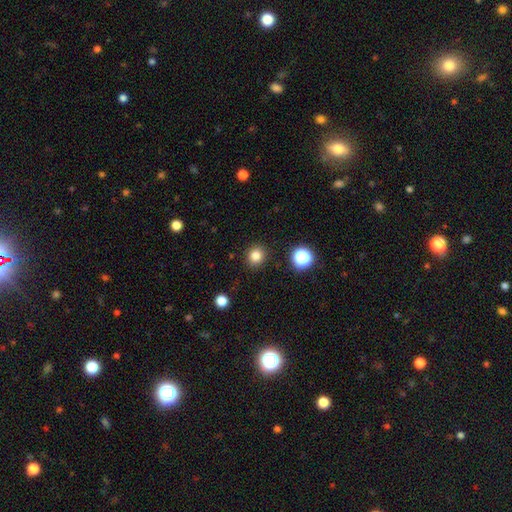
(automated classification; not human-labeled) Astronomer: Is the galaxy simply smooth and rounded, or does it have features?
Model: smooth — 82%.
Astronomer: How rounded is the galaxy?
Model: round — 86%.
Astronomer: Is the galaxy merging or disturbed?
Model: none — 90%.